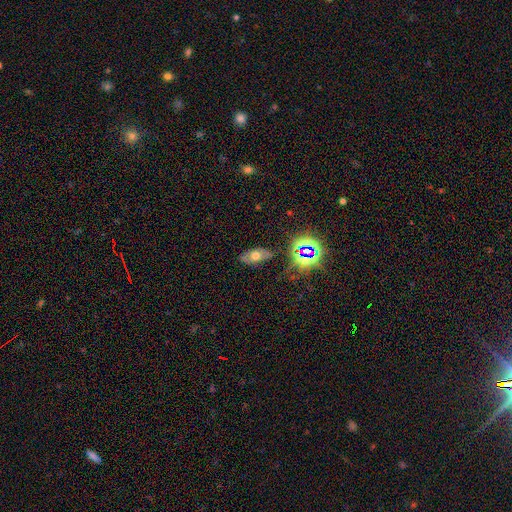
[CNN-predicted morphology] A smooth galaxy with no disk features (46%).

Vote fractions:
- Smooth or featured? smooth: 46% / featured or disk: 32% / star or artifact: 22%
- Merging? none: 78% / minor disturbance: 15% / major disturbance: 5% / merger: 2%